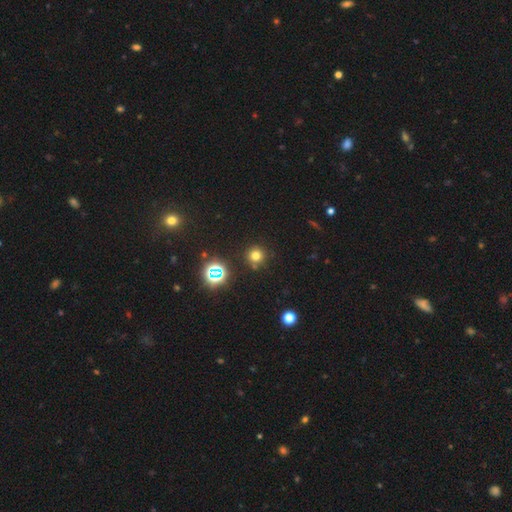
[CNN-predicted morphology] Smooth or featured: smooth — 69% (star or artifact — 24%)
How rounded: round — 94% (in between — 5%)
Merging: none — 83% (minor disturbance — 8%)